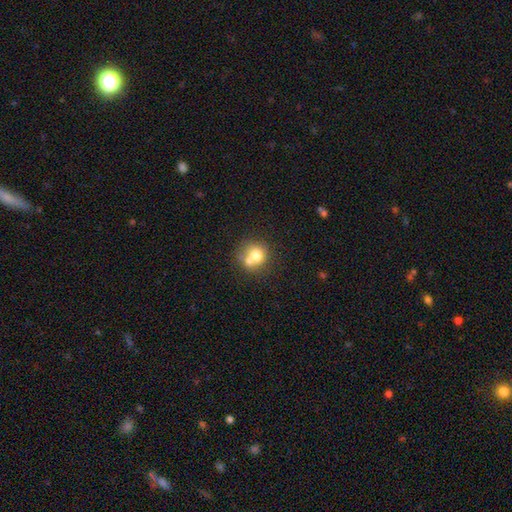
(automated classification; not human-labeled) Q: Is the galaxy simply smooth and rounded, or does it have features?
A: smooth — 70%.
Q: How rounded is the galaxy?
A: round — 83%.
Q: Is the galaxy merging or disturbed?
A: none — 43%, tied with merger.